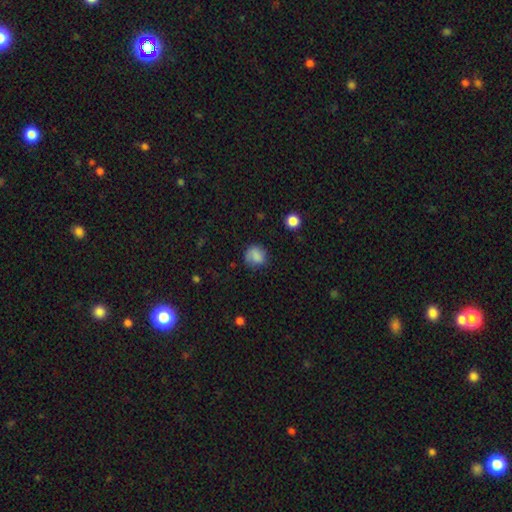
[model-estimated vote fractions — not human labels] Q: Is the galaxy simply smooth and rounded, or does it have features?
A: smooth — 80%.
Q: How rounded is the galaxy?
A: round — 79%.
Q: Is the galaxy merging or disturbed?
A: none — 66%.